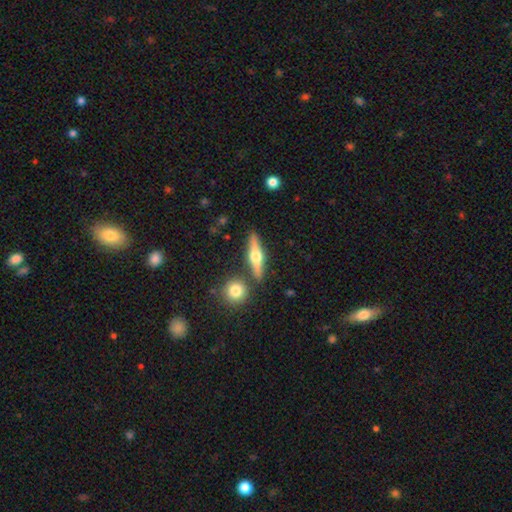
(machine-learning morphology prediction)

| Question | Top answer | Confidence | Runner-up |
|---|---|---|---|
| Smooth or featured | featured or disk | 65% | smooth (29%) |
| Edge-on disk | yes | 96% | no (4%) |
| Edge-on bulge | rounded | 95% | boxy (3%) |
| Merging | none | 83% | minor disturbance (8%) |